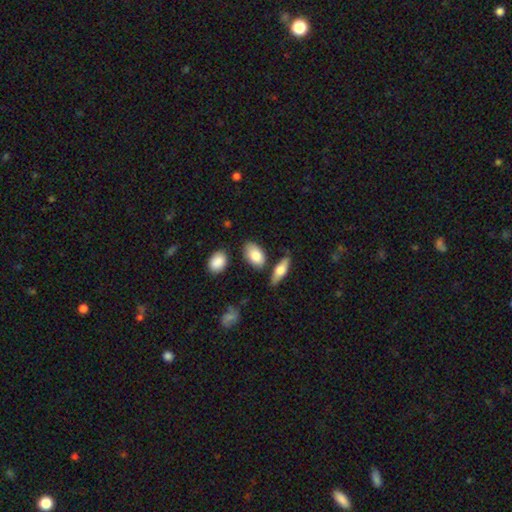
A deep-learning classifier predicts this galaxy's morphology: Q: Smooth or featured?
A: smooth (81%); runner-up: featured or disk (13%)
Q: How rounded?
A: in between (92%); runner-up: round (5%)
Q: Merging?
A: none (74%); runner-up: minor disturbance (16%)